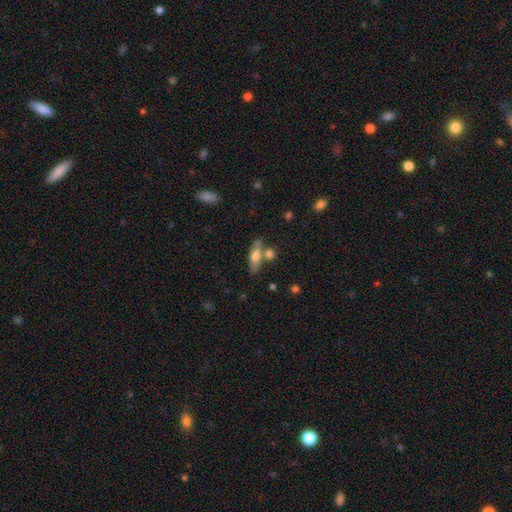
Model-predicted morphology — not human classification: smooth-or-featured: smooth: 59% | featured or disk: 34% | star or artifact: 8%
  how-rounded: in between: 50% | cigar-shaped: 45% | round: 5%
  merging: none: 64% | merger: 18% | minor disturbance: 14% | major disturbance: 5%